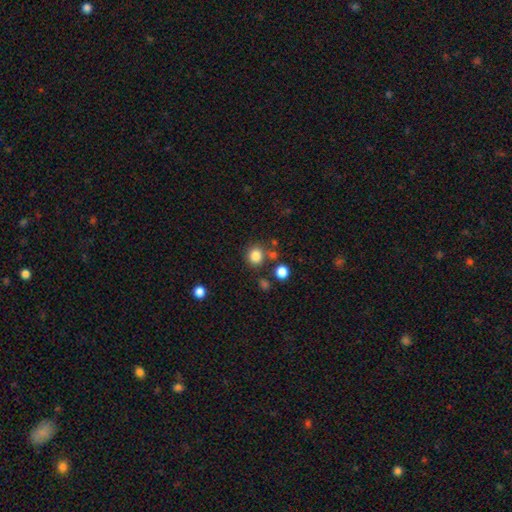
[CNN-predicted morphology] Overall: smooth (84%). How rounded: round (83%). Merging: none (75%).